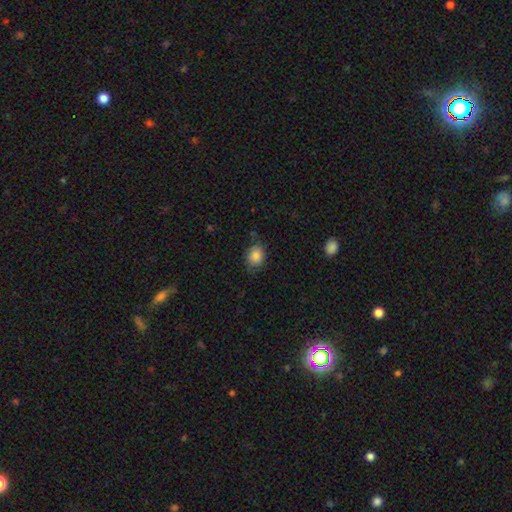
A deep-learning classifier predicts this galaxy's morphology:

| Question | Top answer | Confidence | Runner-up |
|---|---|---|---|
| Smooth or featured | smooth | 86% | star or artifact (8%) |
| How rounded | round | 53% | in between (46%) |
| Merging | none | 73% | minor disturbance (21%) |